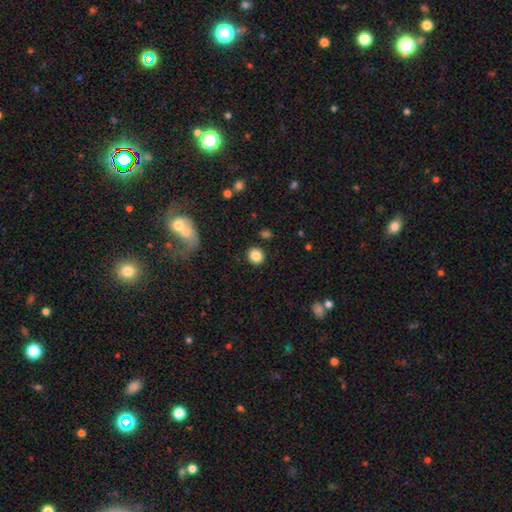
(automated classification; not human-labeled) Smooth or featured: smooth — 86% (star or artifact — 9%)
How rounded: round — 79% (in between — 20%)
Merging: none — 88% (minor disturbance — 7%)